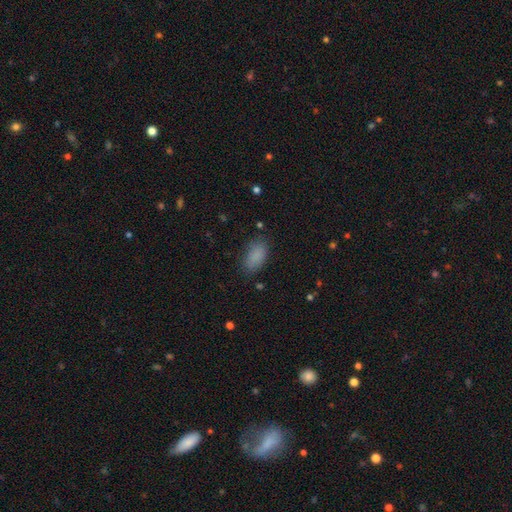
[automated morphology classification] Smooth or featured? smooth (86%)
How rounded? in between (92%)
Merging? none (78%)